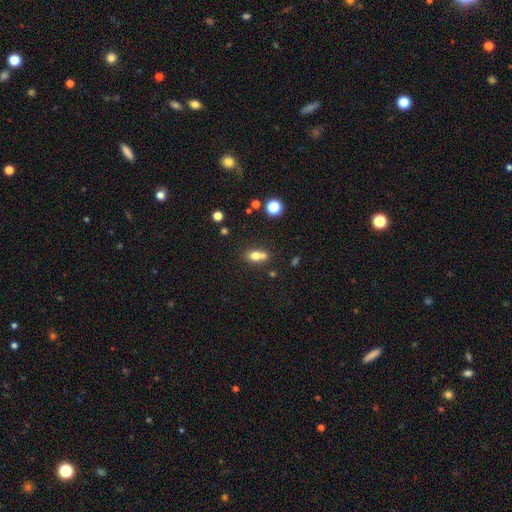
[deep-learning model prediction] smooth_or_featured: smooth (p=0.73) [alt: featured or disk p=0.15]
how_rounded: in between (p=0.64) [alt: round p=0.32]
merging: merger (p=0.45) [alt: none p=0.41]